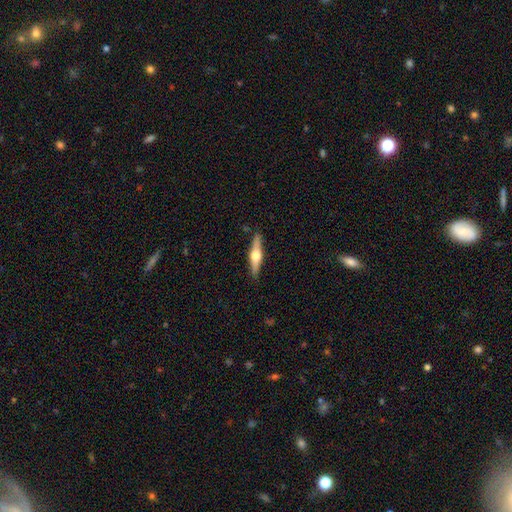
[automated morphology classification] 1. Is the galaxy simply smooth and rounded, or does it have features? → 65% featured or disk, 29% smooth, 5% star or artifact.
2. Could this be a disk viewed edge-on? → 97% yes, 3% no.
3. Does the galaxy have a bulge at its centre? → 95% rounded, 3% boxy, 2% none.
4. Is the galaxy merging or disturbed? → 89% none, 8% minor disturbance, 2% major disturbance, 1% merger.